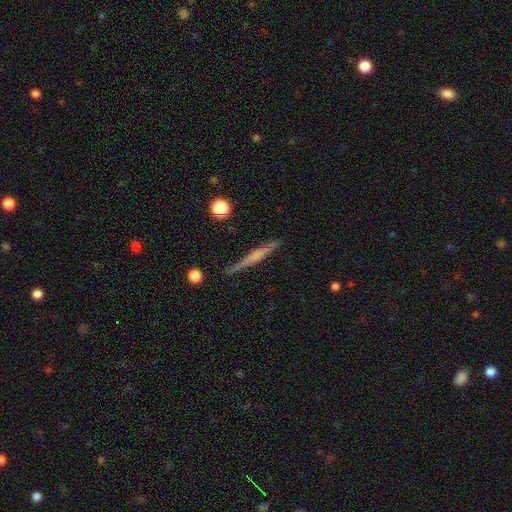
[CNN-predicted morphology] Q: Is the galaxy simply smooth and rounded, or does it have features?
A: featured or disk — 60%.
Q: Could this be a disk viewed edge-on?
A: yes — 97%.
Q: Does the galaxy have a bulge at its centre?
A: none — 43%.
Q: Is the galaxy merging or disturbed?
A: none — 87%.